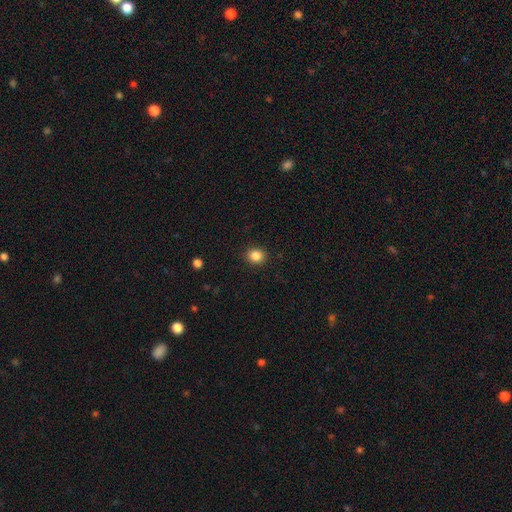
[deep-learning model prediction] Smooth or featured?
  - smooth: 85% *
  - star or artifact: 10%
  - featured or disk: 4%
How rounded?
  - round: 74% *
  - in between: 26%
  - cigar-shaped: 1%
Merging?
  - none: 90% *
  - minor disturbance: 7%
  - major disturbance: 2%
  - merger: 1%